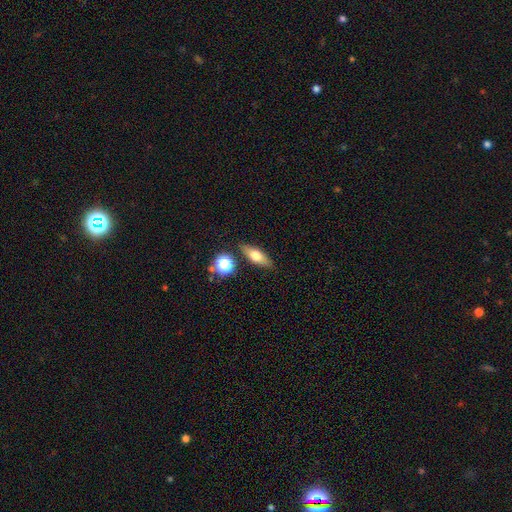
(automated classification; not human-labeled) This is possibly a smooth galaxy (60%). How rounded: possibly in between (60%). Merging: clearly none (83%).